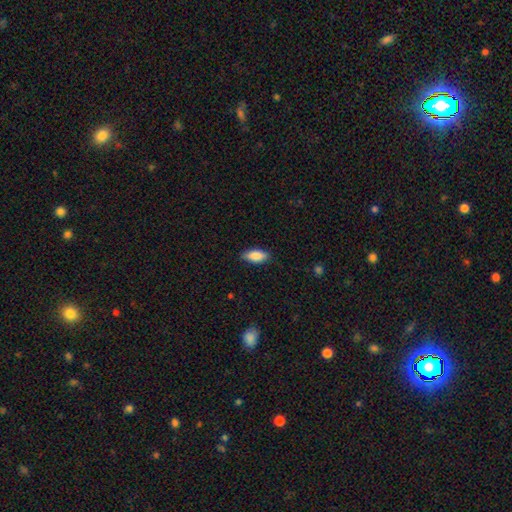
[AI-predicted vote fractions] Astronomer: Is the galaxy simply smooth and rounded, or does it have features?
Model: smooth — 85%.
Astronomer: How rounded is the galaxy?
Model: in between — 84%.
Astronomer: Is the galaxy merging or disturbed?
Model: none — 86%.